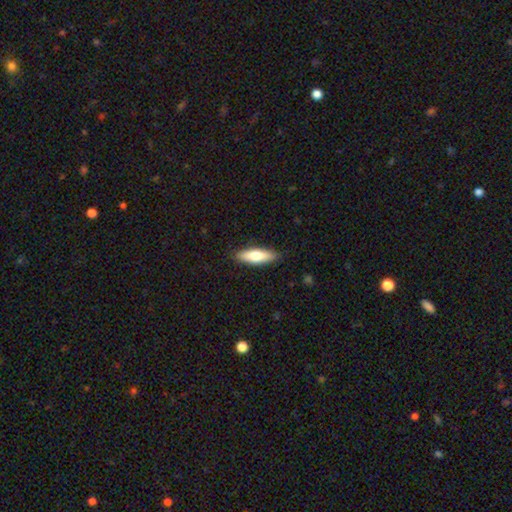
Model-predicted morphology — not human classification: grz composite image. It shows a smooth galaxy with no disk features (69%) that is cigar-shaped (52%). Merging: none (88%).